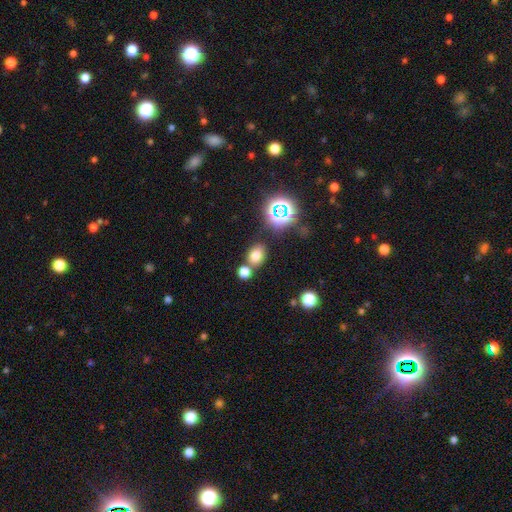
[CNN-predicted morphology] Smooth or featured?
  - smooth: 72% *
  - star or artifact: 20%
  - featured or disk: 9%
How rounded?
  - in between: 57% *
  - round: 42%
  - cigar-shaped: 1%
Merging?
  - none: 69% *
  - merger: 16%
  - minor disturbance: 11%
  - major disturbance: 4%